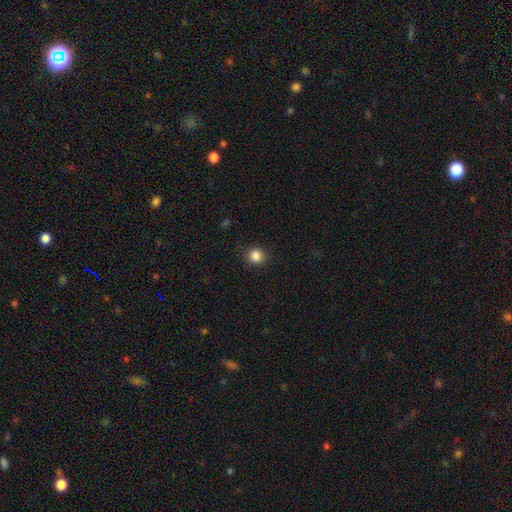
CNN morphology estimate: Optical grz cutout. It shows a smooth galaxy with no disk features (85%) that is round (89%). Merging: none (88%).